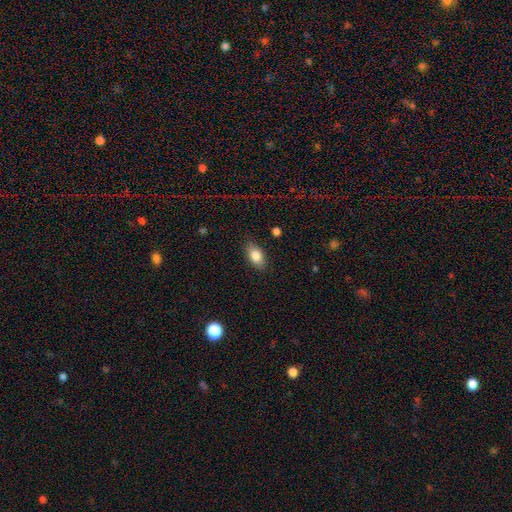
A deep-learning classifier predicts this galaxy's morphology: smooth_or_featured: smooth (p=0.83) [alt: featured or disk p=0.09]
how_rounded: in between (p=0.88) [alt: round p=0.08]
merging: none (p=0.85) [alt: minor disturbance p=0.12]